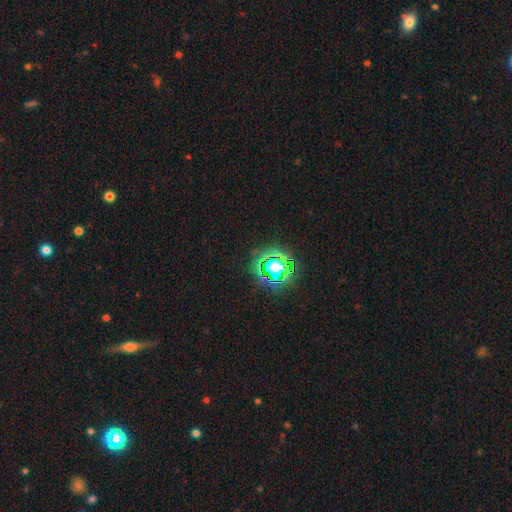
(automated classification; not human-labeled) Morphology: type=star or artifact (78%).